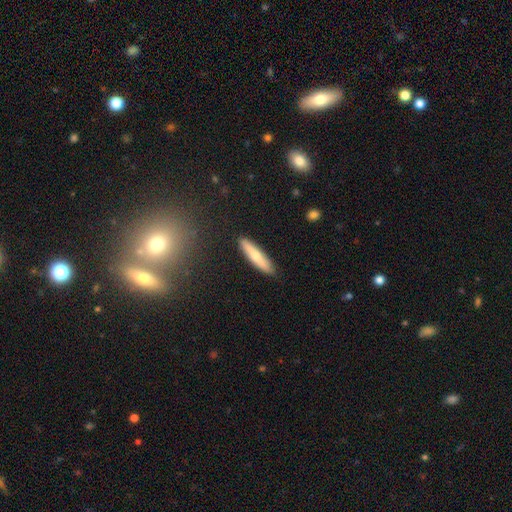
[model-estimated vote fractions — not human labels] Morphology: type=smooth (67%); roundness=cigar-shaped (85%); merging=none (88%).